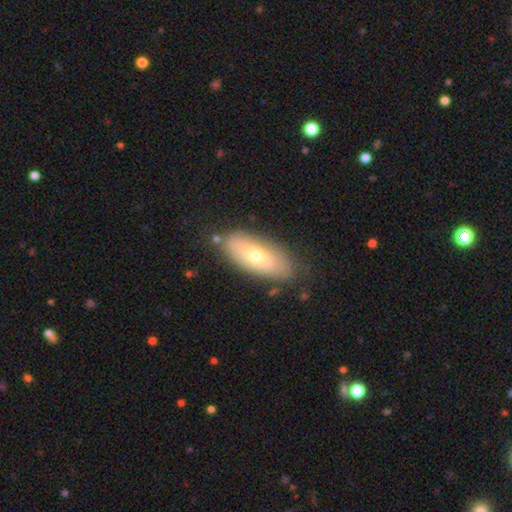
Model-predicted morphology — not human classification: Smooth or featured? Predicted: smooth (p=0.57). How rounded? Predicted: in between (p=0.80). Merging? Predicted: none (p=0.79).